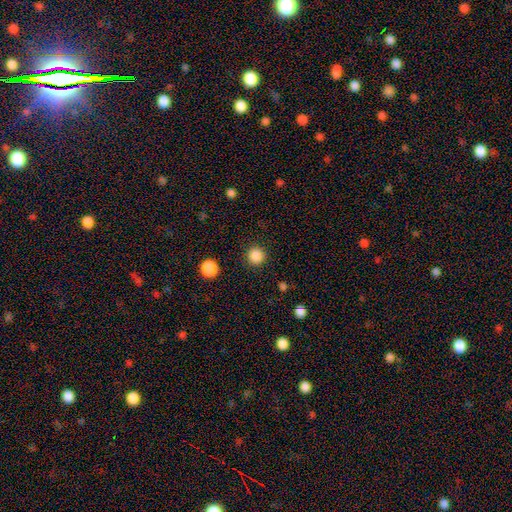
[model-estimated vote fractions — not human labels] Q: Smooth or featured?
A: smooth (86%); runner-up: star or artifact (11%)
Q: How rounded?
A: round (96%); runner-up: in between (4%)
Q: Merging?
A: none (91%); runner-up: minor disturbance (5%)